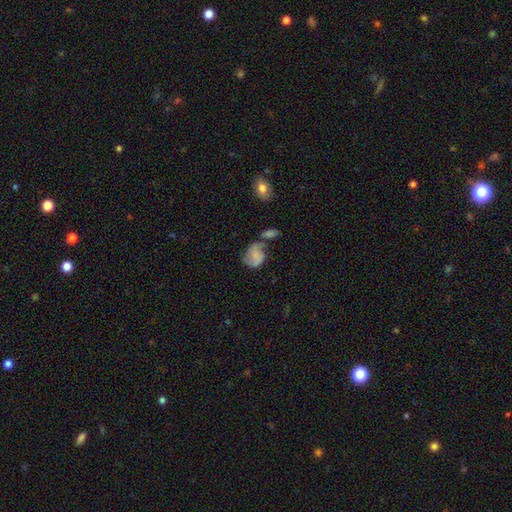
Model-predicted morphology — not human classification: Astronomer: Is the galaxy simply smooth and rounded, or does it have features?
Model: smooth — 46% (runner-up: featured or disk, 44%).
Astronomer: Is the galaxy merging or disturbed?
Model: none — 37% (runner-up: minor disturbance, 23%).